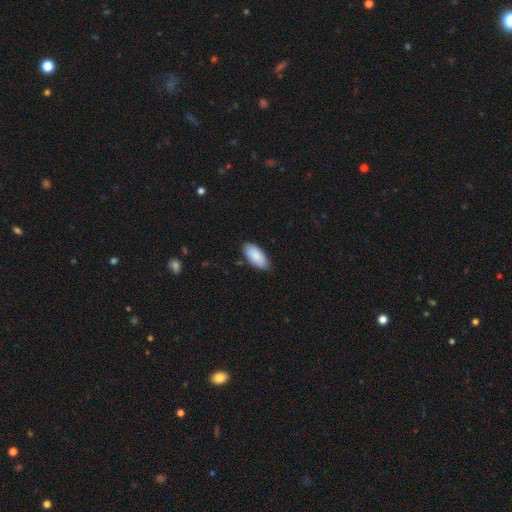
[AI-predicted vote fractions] smooth_or_featured: smooth (p=0.86) [alt: featured or disk p=0.08]
how_rounded: in between (p=0.92) [alt: cigar-shaped p=0.06]
merging: none (p=0.82) [alt: minor disturbance p=0.15]